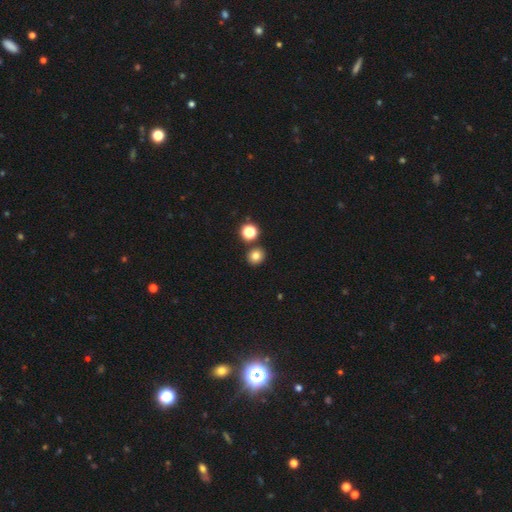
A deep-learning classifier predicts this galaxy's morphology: This is likely a smooth galaxy (78%). How rounded: clearly round (81%). Merging: clearly none (83%).